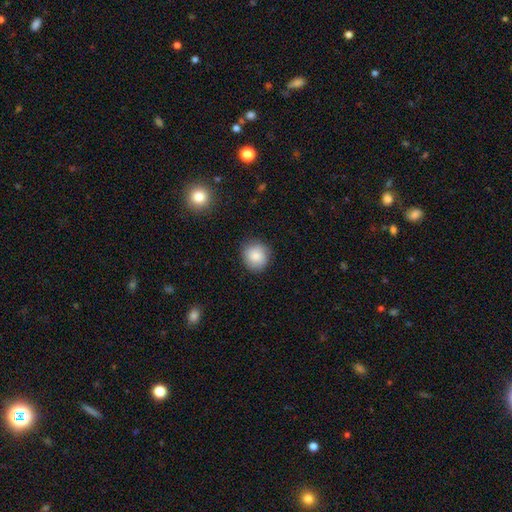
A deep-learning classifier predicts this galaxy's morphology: This appears to be a smooth galaxy with no disk features (86%) that is round (87%). Merging: none (84%).